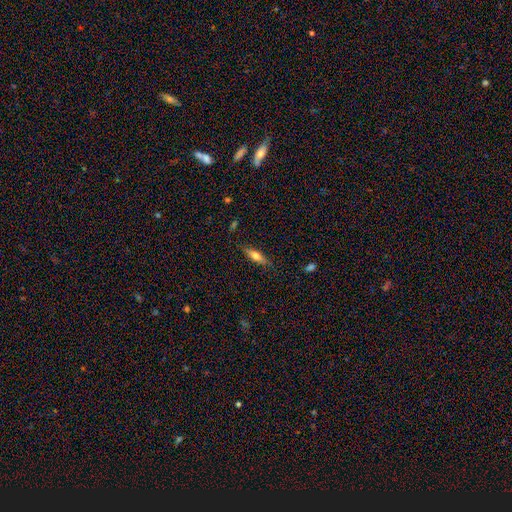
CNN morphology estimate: A smooth galaxy with no disk features (57%) that is cigar-shaped (60%).

Vote fractions:
- Smooth or featured? smooth: 57% / featured or disk: 36% / star or artifact: 7%
- How rounded? cigar-shaped: 60% / in between: 37% / round: 2%
- Merging? none: 83% / minor disturbance: 12% / major disturbance: 3% / merger: 1%